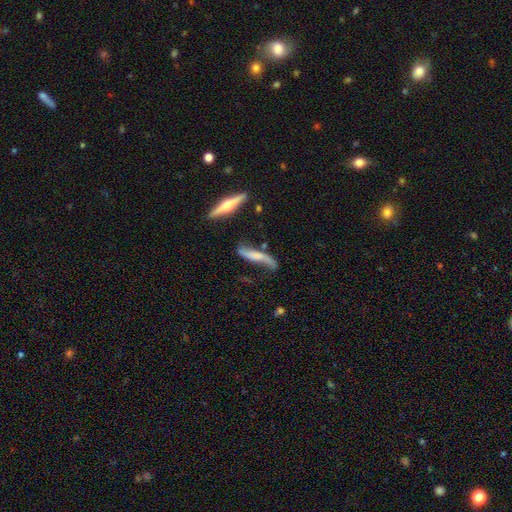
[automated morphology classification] smooth-or-featured: featured or disk: 72% | smooth: 22% | star or artifact: 7%
  disk-edge-on: no: 58% | yes: 42%
  merging: none: 52% | minor disturbance: 27% | major disturbance: 14% | merger: 6%